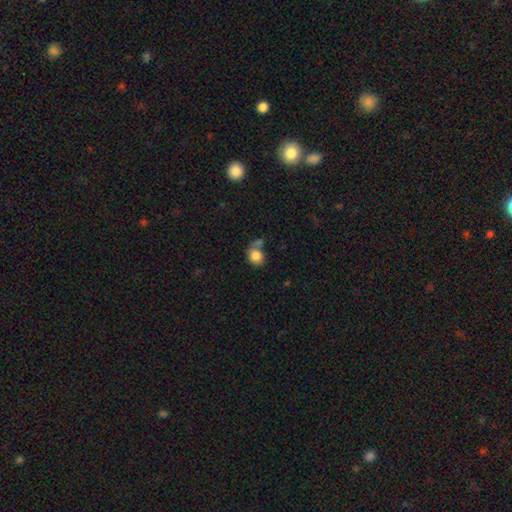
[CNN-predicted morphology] Smooth or featured? Predicted: smooth (p=0.83). How rounded? Predicted: round (p=0.60). Merging? Predicted: none (p=0.43).